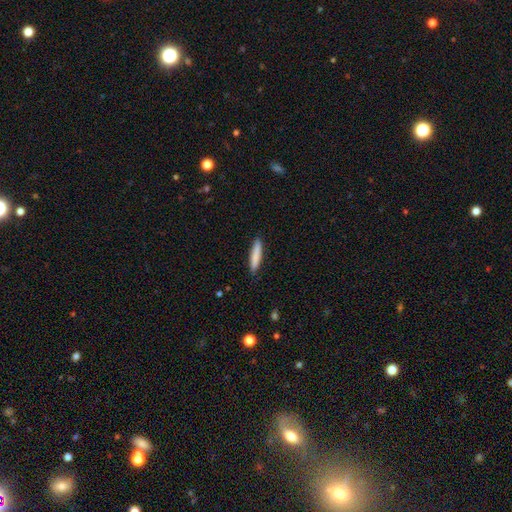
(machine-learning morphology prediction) A smooth galaxy with no disk features (83%) that is cigar-shaped (89%).

Vote fractions:
- Smooth or featured? smooth: 83% / featured or disk: 11% / star or artifact: 6%
- How rounded? cigar-shaped: 89% / in between: 10% / round: 1%
- Merging? none: 88% / minor disturbance: 9% / major disturbance: 2% / merger: 1%